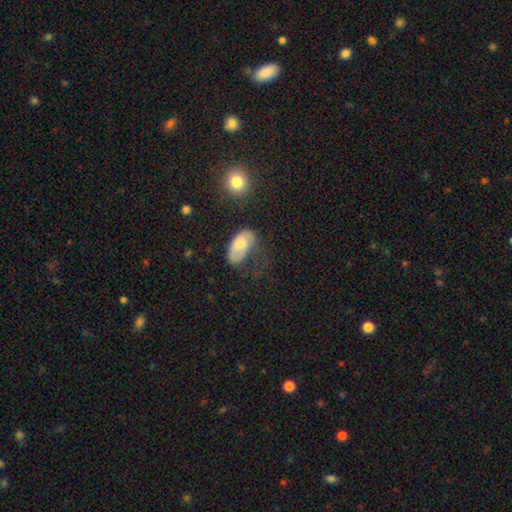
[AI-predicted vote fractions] smooth_or_featured: smooth (p=0.45) [alt: featured or disk p=0.28]
merging: none (p=0.45) [alt: major disturbance p=0.24]